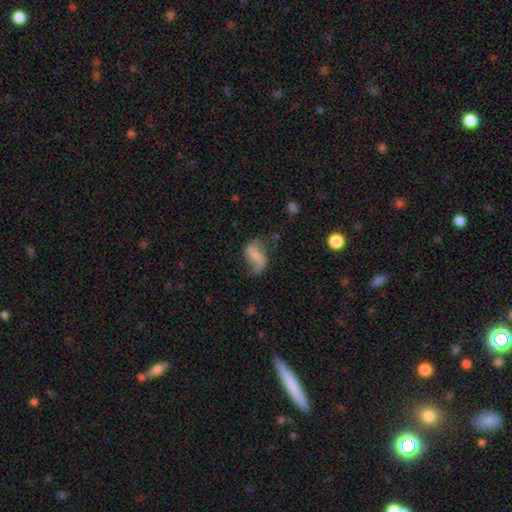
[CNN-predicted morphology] Smooth or featured? Predicted: featured or disk (p=0.76). Edge-on disk? Predicted: no (p=0.97). Bar? Predicted: weak (p=0.44). Spiral arms? Predicted: yes (p=0.91). Spiral winding? Predicted: loose (p=0.73). Spiral arm count? Predicted: 2 (p=0.85). Bulge size? Predicted: small (p=0.37, tied with none). Merging? Predicted: none (p=0.63).